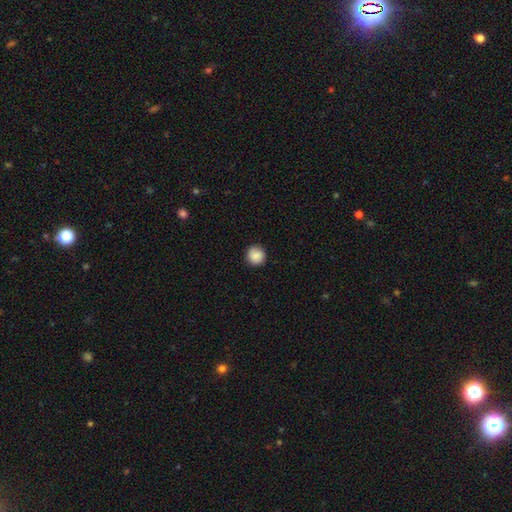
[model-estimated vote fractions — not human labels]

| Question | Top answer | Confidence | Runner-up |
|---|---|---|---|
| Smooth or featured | smooth | 89% | star or artifact (8%) |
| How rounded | round | 94% | in between (6%) |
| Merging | none | 91% | minor disturbance (6%) |